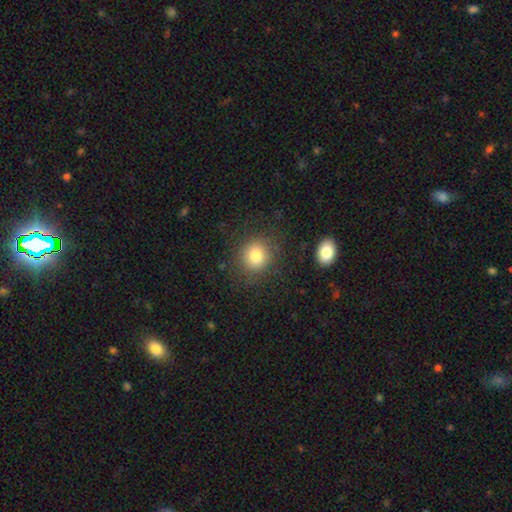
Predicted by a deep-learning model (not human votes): smooth 81%, star or artifact 11%, featured or disk 8%. Down the decision tree: how rounded — round (77%); merging — none (82%).